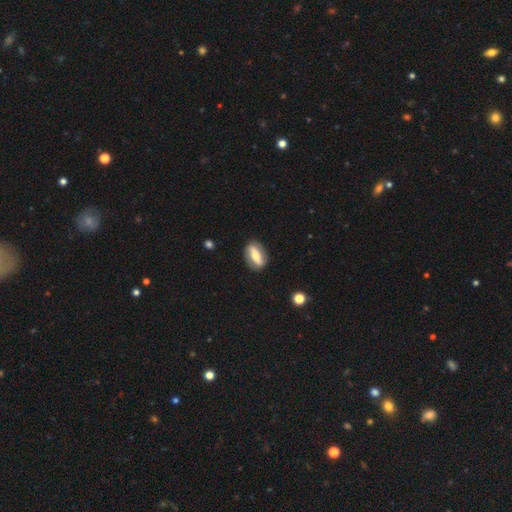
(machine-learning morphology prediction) This is possibly a featured or disk galaxy (55%). It is likely not viewed edge-on (77%). Merging: clearly none (84%).